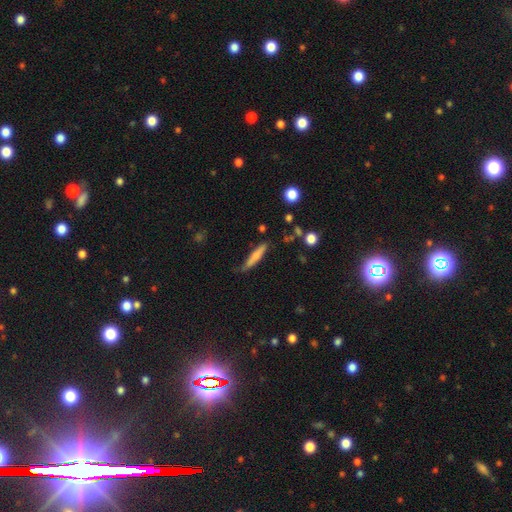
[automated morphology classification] smooth 69%, featured or disk 25%, star or artifact 6%. Down the decision tree: how rounded — cigar-shaped (89%); merging — none (62%).